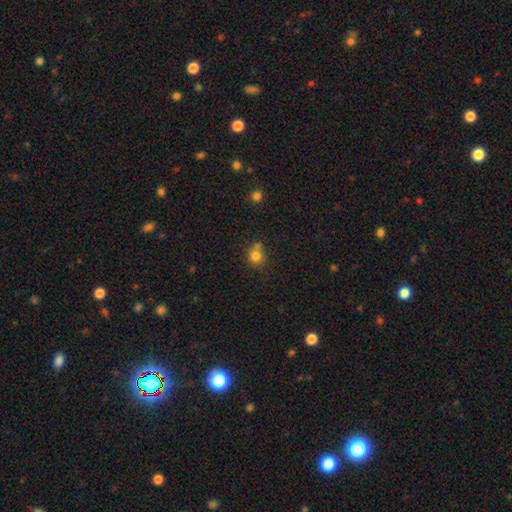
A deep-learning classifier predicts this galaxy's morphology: smooth 81%, star or artifact 12%, featured or disk 7%. Down the decision tree: how rounded — round (86%); merging — none (58%).